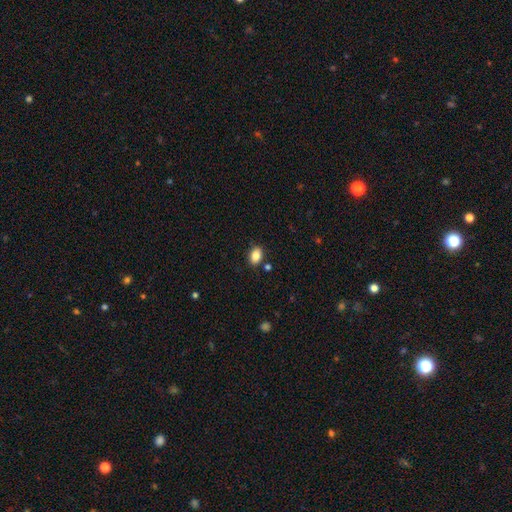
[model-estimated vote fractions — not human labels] A smooth galaxy with no disk features (85%) that is in between round and cigar-shaped (83%).

Vote fractions:
- Smooth or featured? smooth: 85% / star or artifact: 9% / featured or disk: 6%
- How rounded? in between: 83% / round: 16% / cigar-shaped: 1%
- Merging? none: 84% / minor disturbance: 10% / merger: 4% / major disturbance: 2%